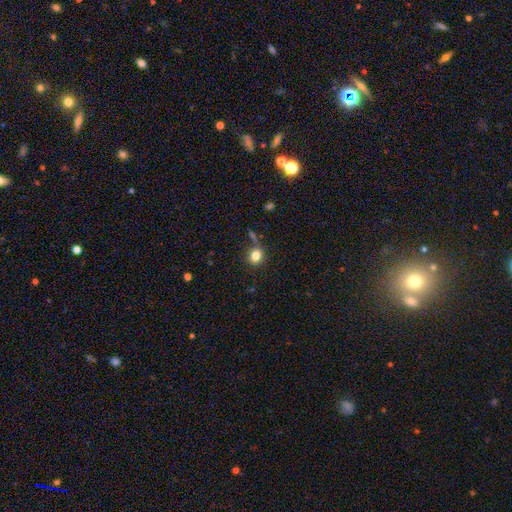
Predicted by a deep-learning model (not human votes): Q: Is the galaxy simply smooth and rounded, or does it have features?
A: smooth — 82%.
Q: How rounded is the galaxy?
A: round — 75%.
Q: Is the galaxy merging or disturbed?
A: none — 77%.